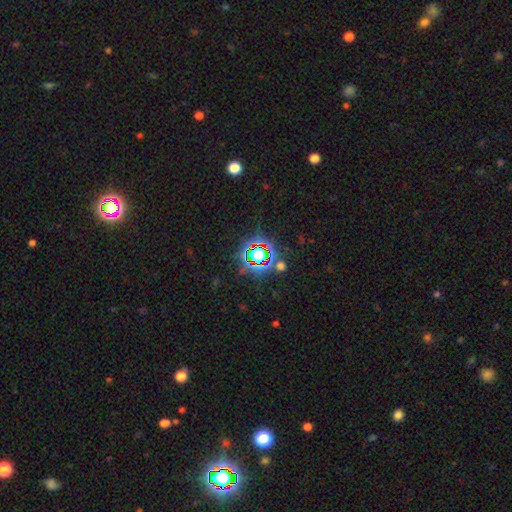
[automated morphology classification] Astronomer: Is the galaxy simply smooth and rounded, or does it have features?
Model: star or artifact — 73%.